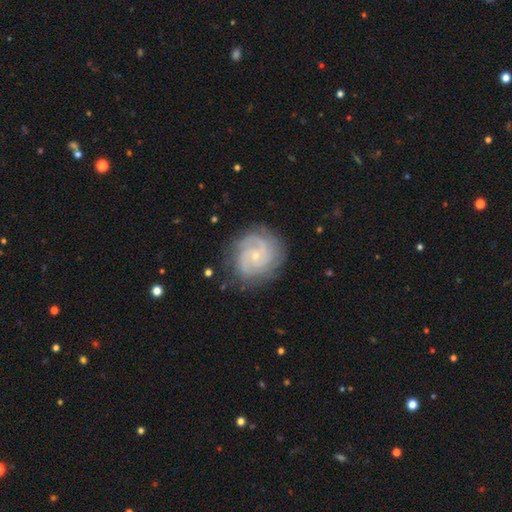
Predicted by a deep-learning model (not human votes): Smooth or featured?
  - featured or disk: 86% *
  - smooth: 8%
  - star or artifact: 6%
Edge-on disk?
  - no: 98% *
  - yes: 2%
Bar?
  - no: 72% *
  - weak: 24%
  - strong: 4%
Spiral arms?
  - yes: 97% *
  - no: 3%
Spiral winding?
  - tight: 62% *
  - medium: 32%
  - loose: 6%
Spiral arm count?
  - 3: 31% * (tied)
  - 2: 31% * (tied)
  - can't tell: 18%
  - 4: 9%
  - 1: 5%
  - more than 4: 5%
Bulge size?
  - small: 81% *
  - moderate: 16%
  - none: 2%
  - large: 1%
  - dominant: 1%
Merging?
  - none: 80% *
  - minor disturbance: 14%
  - major disturbance: 5%
  - merger: 1%